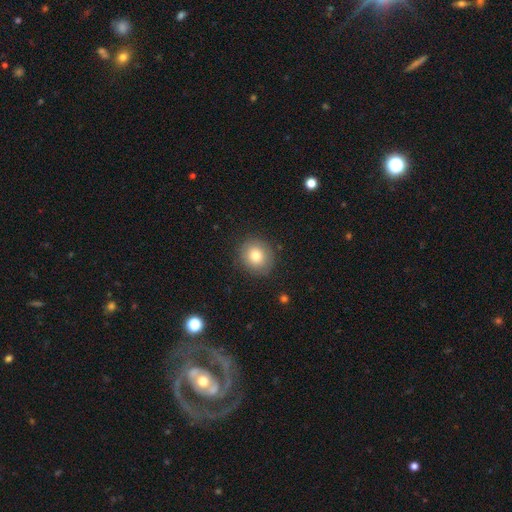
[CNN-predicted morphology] Smooth or featured? Predicted: smooth (p=0.78). How rounded? Predicted: round (p=0.81). Merging? Predicted: none (p=0.86).